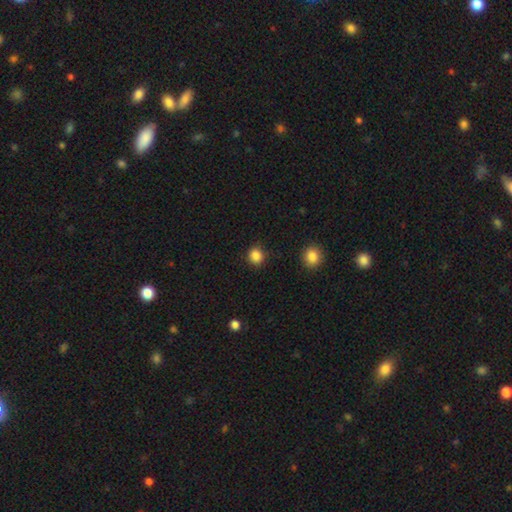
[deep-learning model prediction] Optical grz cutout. It shows a smooth galaxy with no disk features (86%) that is round (87%). Merging: none (89%).